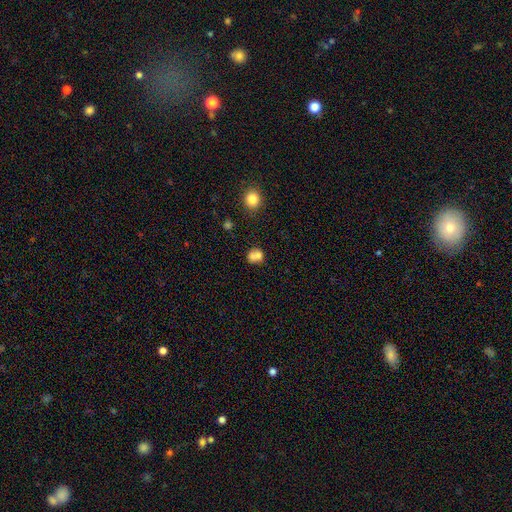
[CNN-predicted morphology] Smooth or featured?
  - smooth: 72% *
  - featured or disk: 16%
  - star or artifact: 12%
How rounded?
  - round: 71% *
  - in between: 28%
  - cigar-shaped: 1%
Merging?
  - merger: 48% *
  - none: 37%
  - minor disturbance: 10%
  - major disturbance: 5%